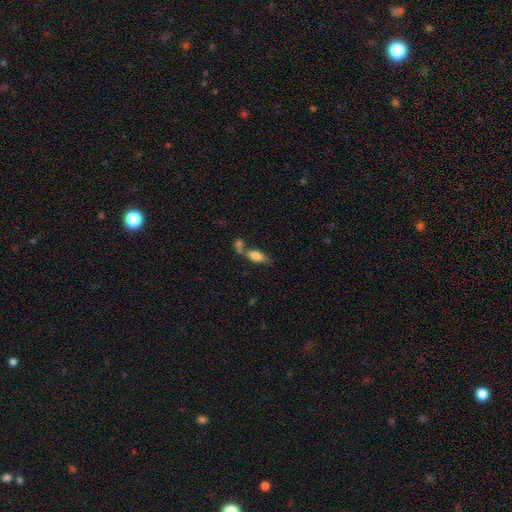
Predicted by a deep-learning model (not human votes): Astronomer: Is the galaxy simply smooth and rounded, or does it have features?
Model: smooth — 74%.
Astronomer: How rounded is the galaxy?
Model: in between — 81%.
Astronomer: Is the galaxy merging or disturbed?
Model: none — 42% (runner-up: merger, 37%).